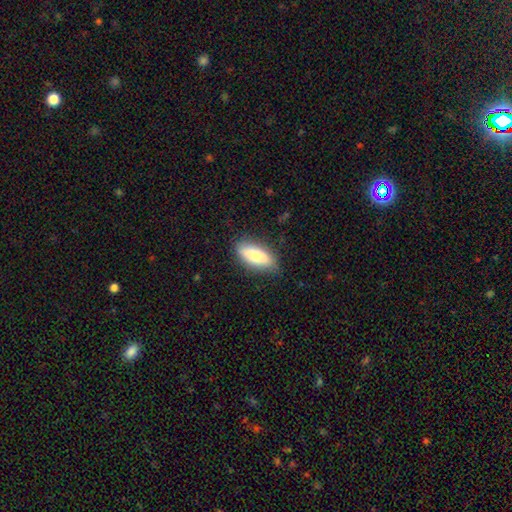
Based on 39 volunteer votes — smooth_or_featured: smooth (p=0.85) [alt: featured or disk p=0.13]
how_rounded: in between (p=0.73) [alt: cigar-shaped p=0.24]
merging: none (p=0.87) [alt: minor disturbance p=0.08]